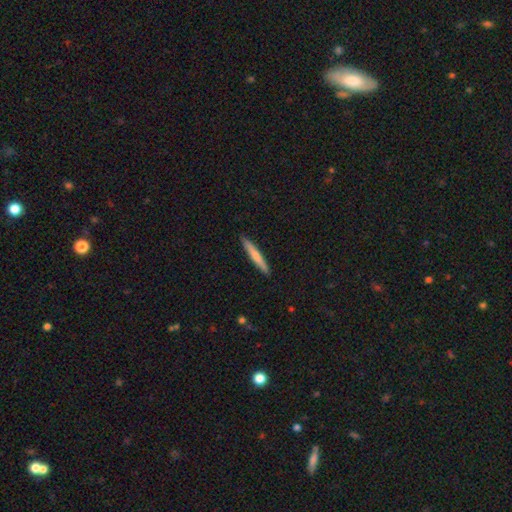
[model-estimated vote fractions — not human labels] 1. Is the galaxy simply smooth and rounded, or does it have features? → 65% smooth, 30% featured or disk, 5% star or artifact.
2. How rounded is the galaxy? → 95% cigar-shaped, 4% in between, 1% round.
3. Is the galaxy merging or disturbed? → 91% none, 7% minor disturbance, 1% major disturbance, 1% merger.